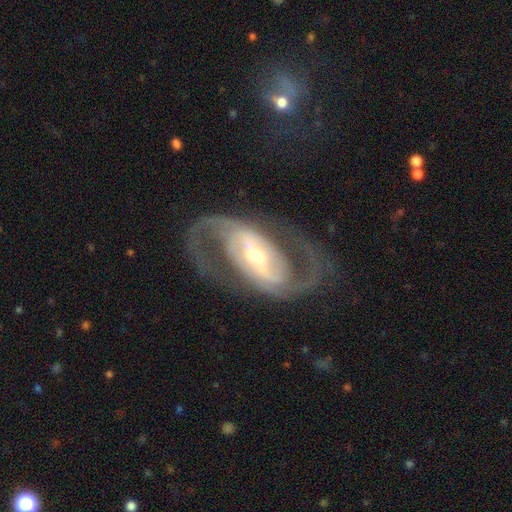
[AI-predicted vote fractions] This is clearly a featured or disk galaxy (90%). It is clearly not viewed edge-on (96%). Bar: possibly strong (53%). Spiral arm pattern: clearly yes (95%). Spiral arm count: clearly 2 (92%). Spiral winding: possibly medium (55%). Central bulge: possibly moderate (48%). Merging: likely none (75%).